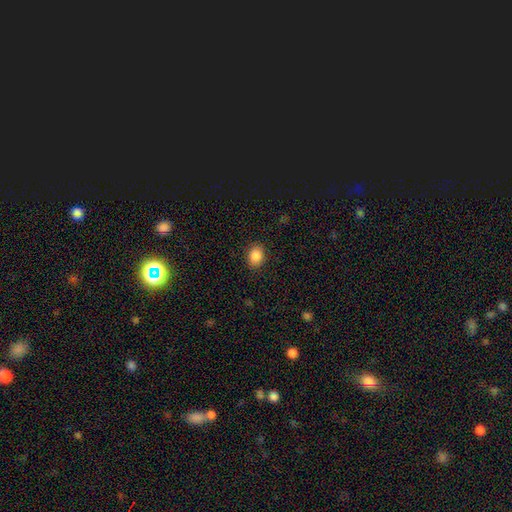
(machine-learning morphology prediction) Overall: smooth (87%). How rounded: in between (56%; round 43%). Merging: none (89%).